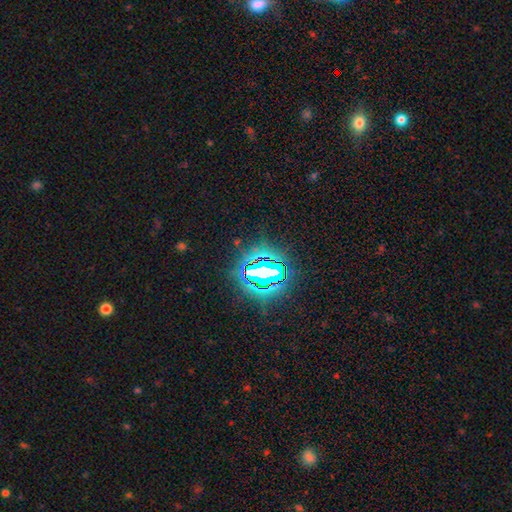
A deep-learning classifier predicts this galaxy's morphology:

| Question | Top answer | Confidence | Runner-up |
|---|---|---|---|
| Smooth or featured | star or artifact | 83% | smooth (11%) |